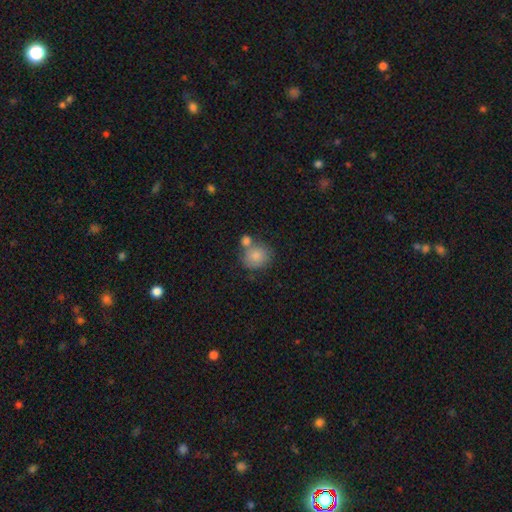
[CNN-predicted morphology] This appears to be a smooth galaxy with no disk features (82%) that is round (78%). Merging: none (47%).